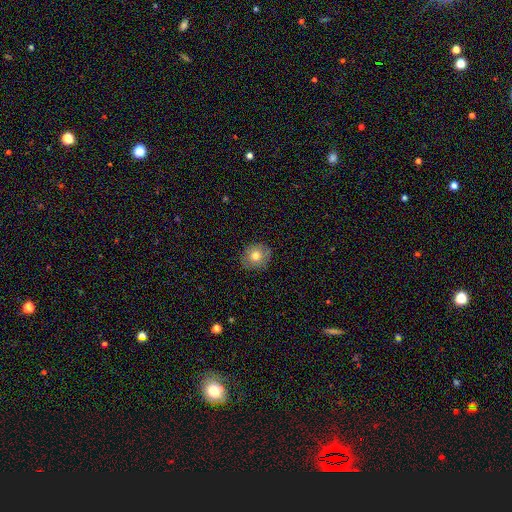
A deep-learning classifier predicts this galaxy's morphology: smooth_or_featured: smooth (p=0.72) [alt: featured or disk p=0.18]
how_rounded: round (p=0.83) [alt: in between p=0.16]
merging: none (p=0.83) [alt: minor disturbance p=0.13]